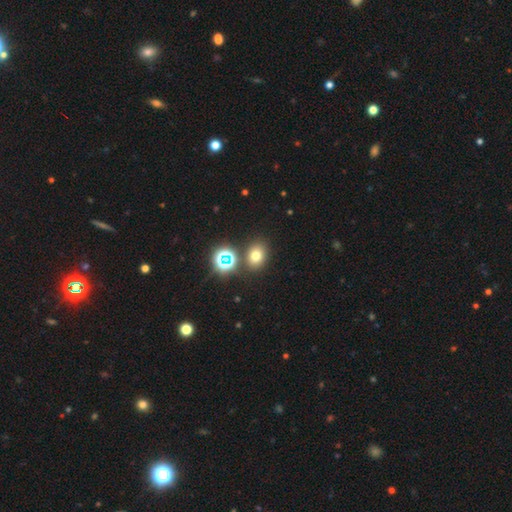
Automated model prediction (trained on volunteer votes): A smooth galaxy with no disk features (68%) that is round (50%). Merging: none (79%).